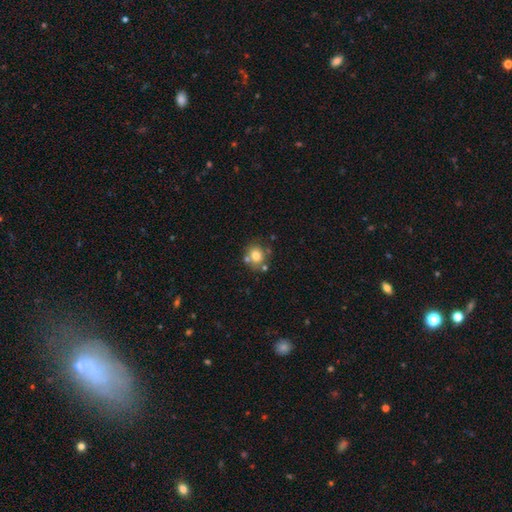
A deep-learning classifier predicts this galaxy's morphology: smooth-or-featured: smooth: 75% | featured or disk: 14% | star or artifact: 11%
  how-rounded: round: 71% | in between: 28% | cigar-shaped: 1%
  merging: none: 66% | merger: 16% | minor disturbance: 13% | major disturbance: 4%